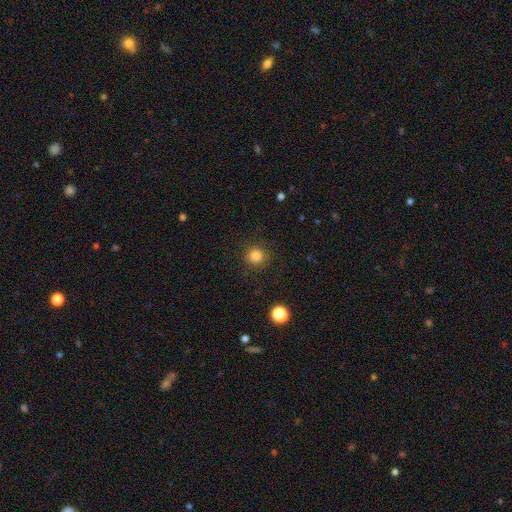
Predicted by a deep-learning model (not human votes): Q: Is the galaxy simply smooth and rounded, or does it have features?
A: smooth — 84%.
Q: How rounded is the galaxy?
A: round — 94%.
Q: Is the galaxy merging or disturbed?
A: none — 88%.